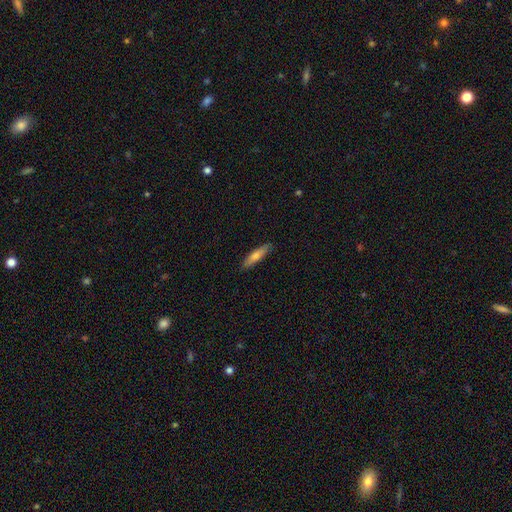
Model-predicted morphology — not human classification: Smooth or featured?
  - smooth: 67% *
  - featured or disk: 27%
  - star or artifact: 6%
How rounded?
  - cigar-shaped: 81% *
  - in between: 17%
  - round: 2%
Merging?
  - none: 88% *
  - minor disturbance: 9%
  - major disturbance: 2%
  - merger: 1%